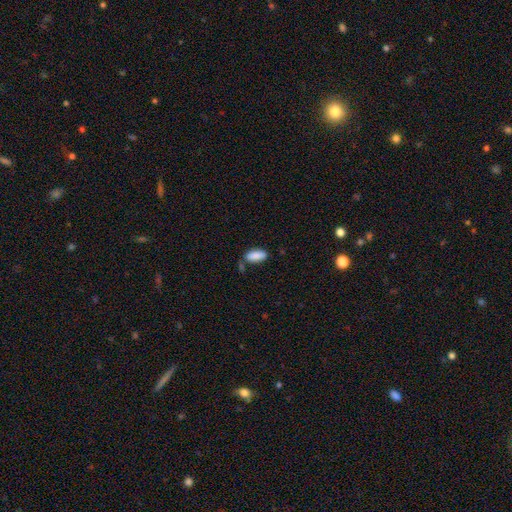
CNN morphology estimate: Q: Smooth or featured?
A: smooth (89%); runner-up: star or artifact (7%)
Q: How rounded?
A: in between (84%); runner-up: cigar-shaped (14%)
Q: Merging?
A: none (71%); runner-up: minor disturbance (16%)